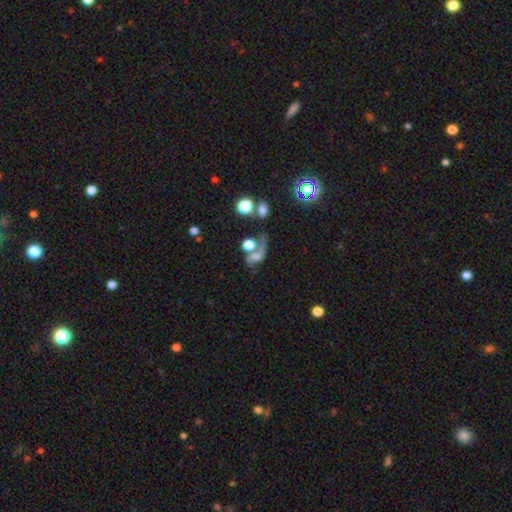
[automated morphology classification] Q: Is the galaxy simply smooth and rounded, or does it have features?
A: featured or disk — 47%.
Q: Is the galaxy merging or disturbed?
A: merger — 35%.